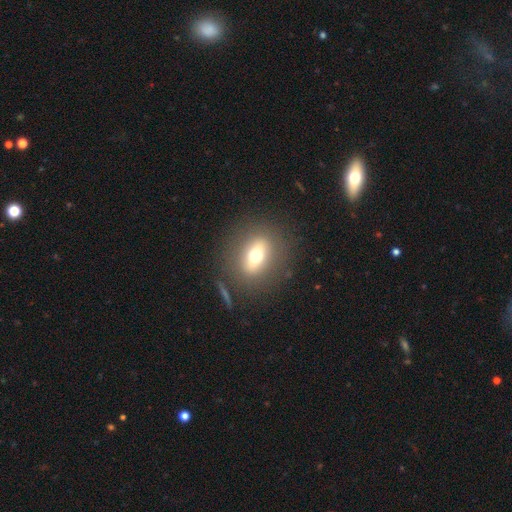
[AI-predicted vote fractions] smooth_or_featured: smooth (p=0.54) [alt: featured or disk p=0.34]
how_rounded: in between (p=0.50) [alt: round p=0.42]
merging: none (p=0.83) [alt: minor disturbance p=0.09]